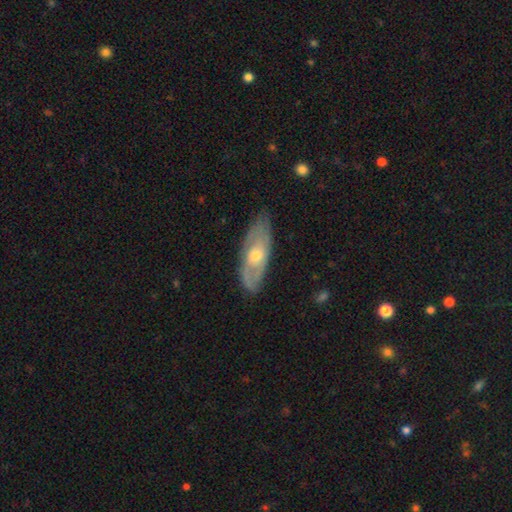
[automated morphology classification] This appears to be a featured or disk galaxy (57%). Merging: none (74%).